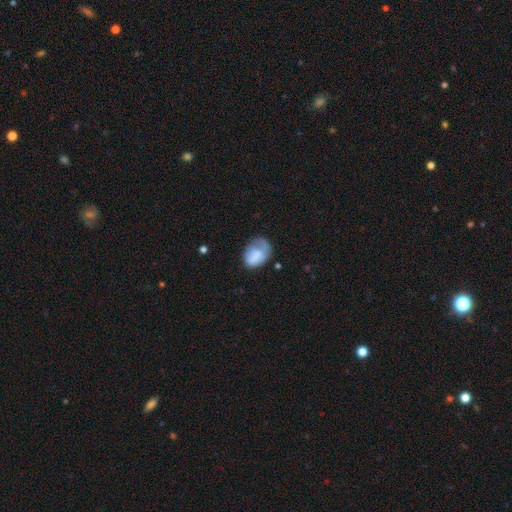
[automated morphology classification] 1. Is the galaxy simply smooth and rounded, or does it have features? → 70% smooth, 22% featured or disk, 8% star or artifact.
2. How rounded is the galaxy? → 70% in between, 29% round, 1% cigar-shaped.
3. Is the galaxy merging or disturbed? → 38% none, 32% minor disturbance, 26% major disturbance, 4% merger.